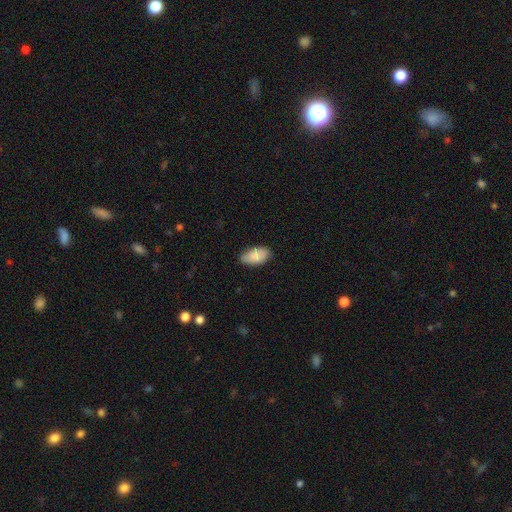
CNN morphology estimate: Q: Smooth or featured?
A: smooth (87%); runner-up: featured or disk (7%)
Q: How rounded?
A: in between (95%); runner-up: round (3%)
Q: Merging?
A: none (79%); runner-up: minor disturbance (17%)